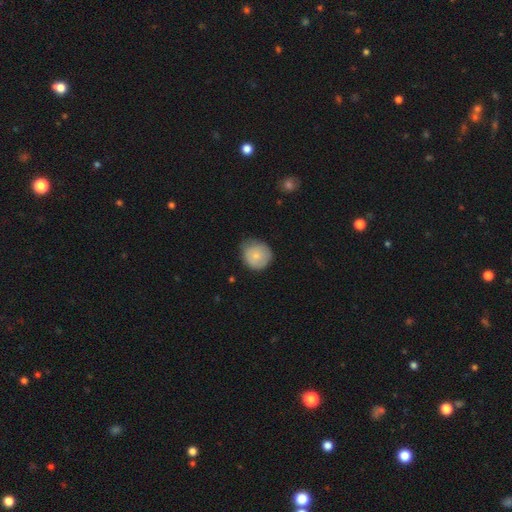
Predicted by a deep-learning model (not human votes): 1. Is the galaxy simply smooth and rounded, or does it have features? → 74% smooth, 19% featured or disk, 7% star or artifact.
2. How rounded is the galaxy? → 85% round, 14% in between, 1% cigar-shaped.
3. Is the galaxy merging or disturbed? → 58% none, 34% minor disturbance, 7% major disturbance, 1% merger.